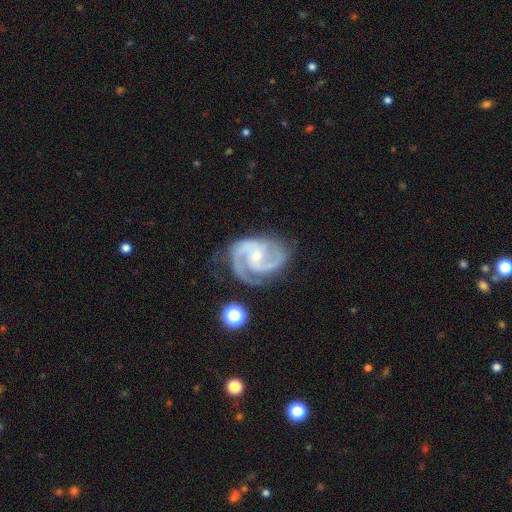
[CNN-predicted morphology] The model was most divided on "bar": no: 47%, weak: 40%, strong: 13%. More confident: spiral arms — yes (98%); edge-on disk — no (98%); smooth or featured — featured or disk (92%); spiral arm count — 2 (77%); merging — none (70%); bulge size — small (66%); spiral winding — medium (57%).